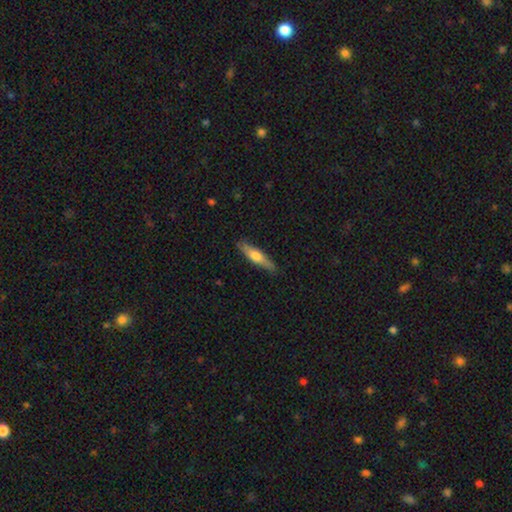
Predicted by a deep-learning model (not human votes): This is possibly a smooth galaxy (54%). How rounded: likely cigar-shaped (79%). Merging: clearly none (86%).